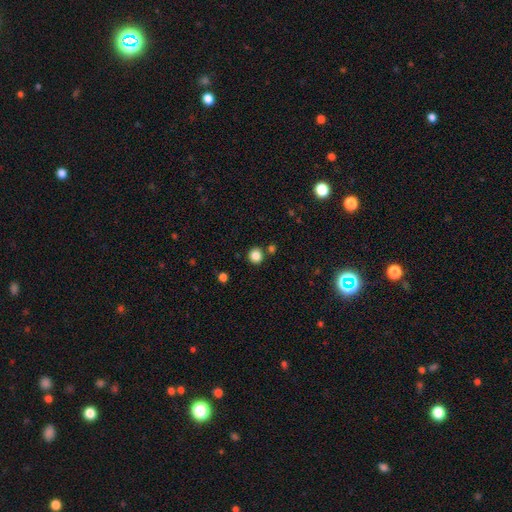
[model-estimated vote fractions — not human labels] A smooth galaxy with no disk features (85%) that is round (91%).

Vote fractions:
- Smooth or featured? smooth: 85% / star or artifact: 11% / featured or disk: 4%
- How rounded? round: 91% / in between: 8% / cigar-shaped: 1%
- Merging? none: 85% / minor disturbance: 7% / merger: 6% / major disturbance: 2%